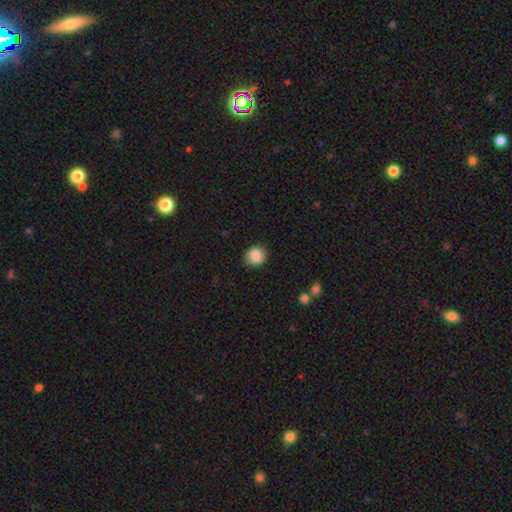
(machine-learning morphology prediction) smooth-or-featured: smooth: 87% | star or artifact: 8% | featured or disk: 5%
  how-rounded: round: 81% | in between: 18% | cigar-shaped: 1%
  merging: none: 85% | minor disturbance: 11% | major disturbance: 3% | merger: 1%